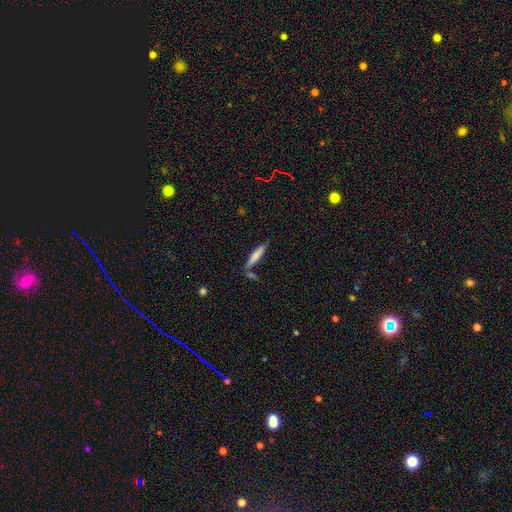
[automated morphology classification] Q: Smooth or featured?
A: smooth (74%); runner-up: featured or disk (20%)
Q: How rounded?
A: cigar-shaped (88%); runner-up: in between (11%)
Q: Merging?
A: none (69%); runner-up: merger (14%)